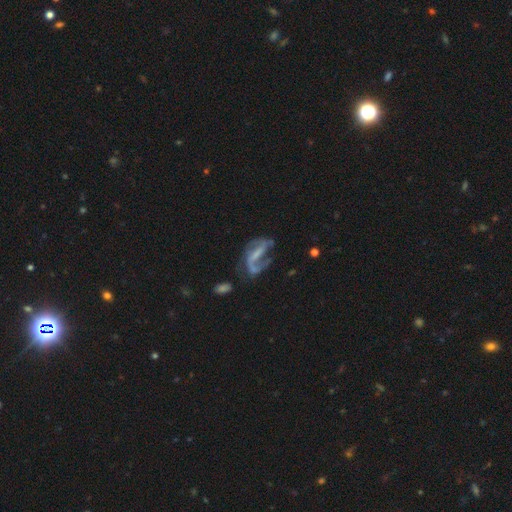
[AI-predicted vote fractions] smooth_or_featured: featured or disk (p=0.74) [alt: smooth p=0.17]
disk_edge_on: no (p=0.94) [alt: yes p=0.06]
bar: strong (p=0.45) [alt: weak p=0.33]
has_spiral_arms: yes (p=0.77) [alt: no p=0.23]
spiral_winding: loose (p=0.49) [alt: medium p=0.36]
spiral_arm_count: 2 (p=0.63) [alt: 1 p=0.23]
bulge_size: none (p=0.44) [alt: small p=0.34]
merging: none (p=0.37) [alt: major disturbance p=0.34]